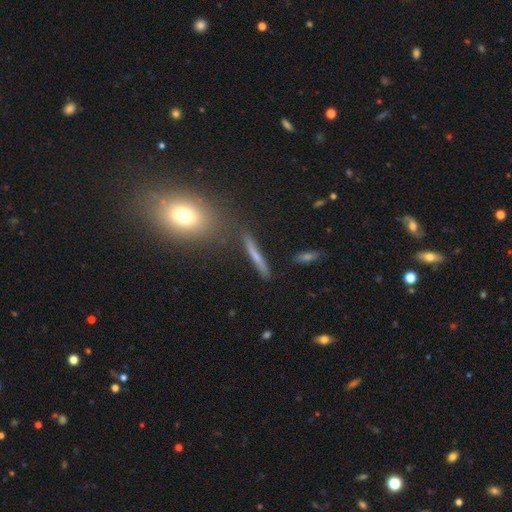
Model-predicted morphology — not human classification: A featured or disk galaxy (45%).

Vote fractions:
- Smooth or featured? featured or disk: 45% / smooth: 43% / star or artifact: 12%
- Merging? none: 79% / minor disturbance: 12% / merger: 5% / major disturbance: 4%